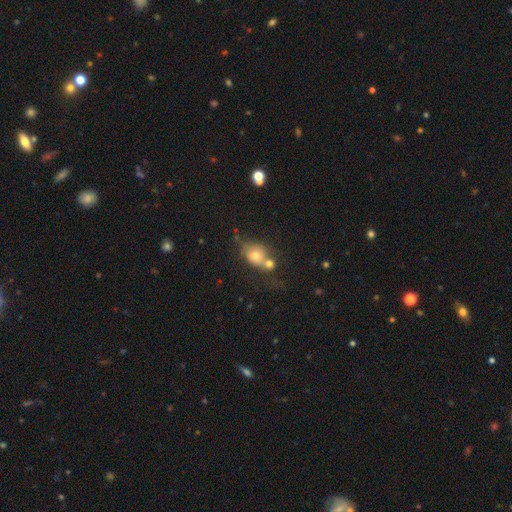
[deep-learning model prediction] Smooth or featured? Predicted: smooth (p=0.68). How rounded? Predicted: round (p=0.53). Merging? Predicted: none (p=0.40).